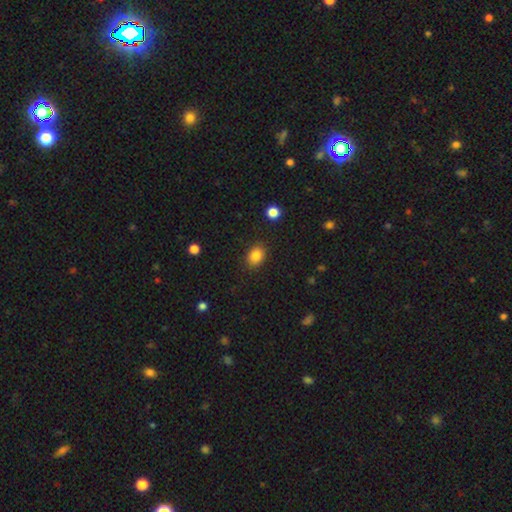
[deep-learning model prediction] smooth_or_featured: smooth (p=0.85) [alt: star or artifact p=0.10]
how_rounded: in between (p=0.59) [alt: round p=0.40]
merging: none (p=0.88) [alt: minor disturbance p=0.09]